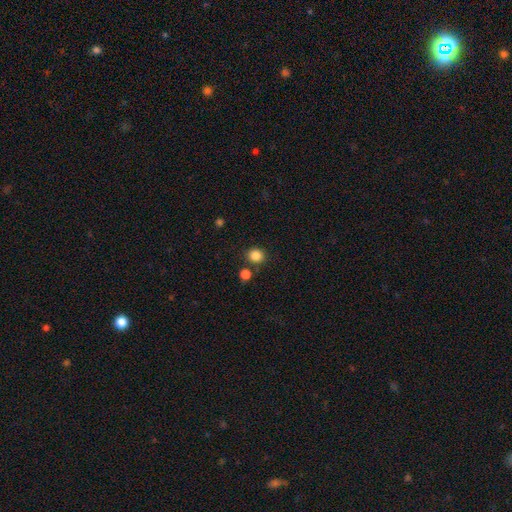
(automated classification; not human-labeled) A smooth galaxy with no disk features (85%) that is round (83%).

Vote fractions:
- Smooth or featured? smooth: 85% / star or artifact: 11% / featured or disk: 4%
- How rounded? round: 83% / in between: 16% / cigar-shaped: 1%
- Merging? none: 80% / merger: 9% / minor disturbance: 8% / major disturbance: 3%